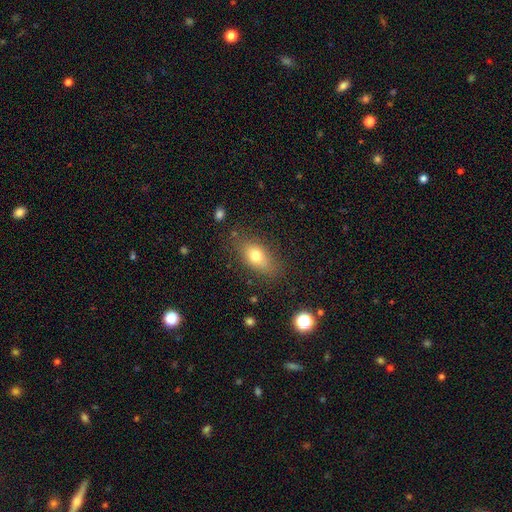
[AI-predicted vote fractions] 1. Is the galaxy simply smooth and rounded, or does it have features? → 73% smooth, 18% featured or disk, 10% star or artifact.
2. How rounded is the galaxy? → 80% in between, 13% round, 8% cigar-shaped.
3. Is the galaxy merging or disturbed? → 77% none, 15% minor disturbance, 5% major disturbance, 2% merger.